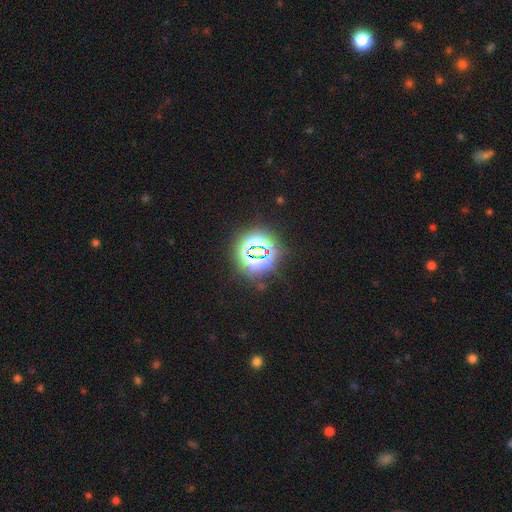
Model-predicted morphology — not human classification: A star or artifact, not a galaxy (76%).

Vote fractions:
- Smooth or featured? star or artifact: 76% / smooth: 15% / featured or disk: 9%